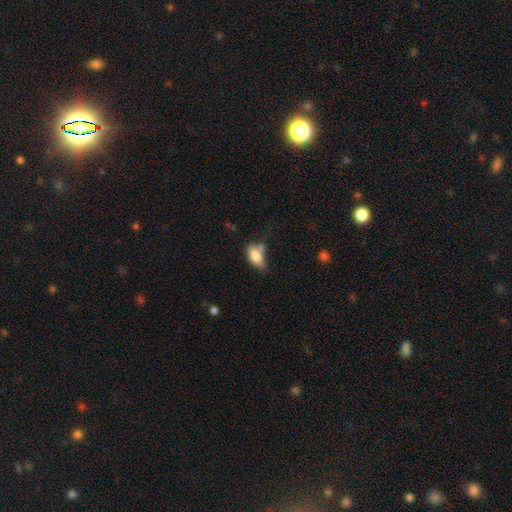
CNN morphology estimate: Smooth or featured: smooth — 78% (featured or disk — 14%)
How rounded: in between — 88% (round — 6%)
Merging: none — 42% (minor disturbance — 28%)